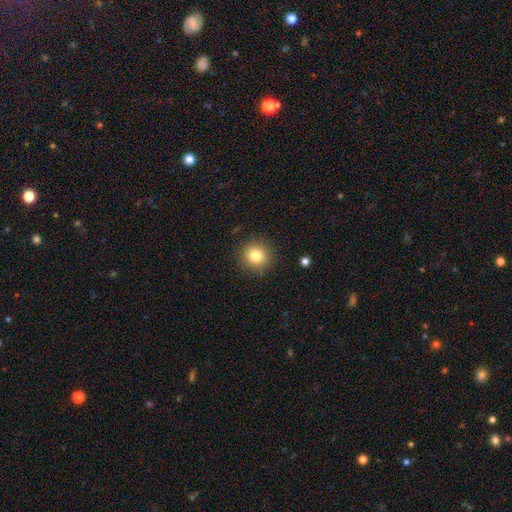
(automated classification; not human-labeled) Smooth or featured? smooth (81%)
How rounded? round (93%)
Merging? none (90%)